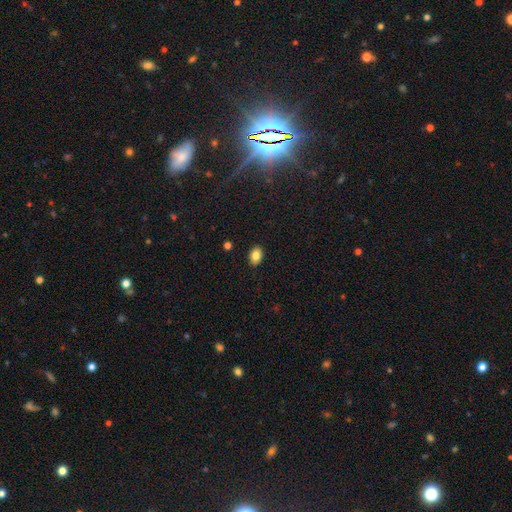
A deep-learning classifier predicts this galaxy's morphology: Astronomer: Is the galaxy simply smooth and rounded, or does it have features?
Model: smooth — 84%.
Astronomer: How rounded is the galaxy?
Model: in between — 81%.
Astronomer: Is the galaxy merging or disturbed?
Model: none — 89%.